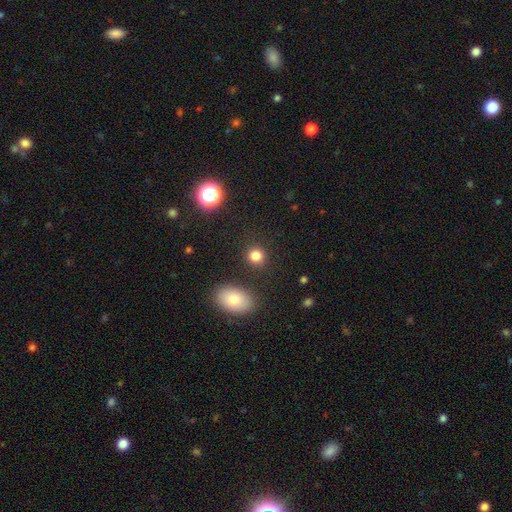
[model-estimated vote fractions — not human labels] Smooth or featured? Predicted: smooth (p=0.83). How rounded? Predicted: round (p=0.80). Merging? Predicted: none (p=0.85).